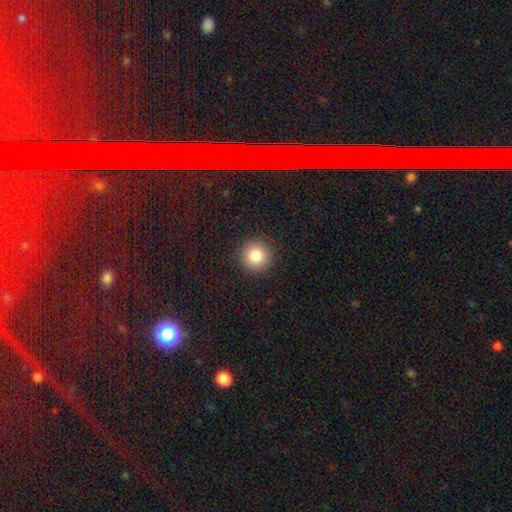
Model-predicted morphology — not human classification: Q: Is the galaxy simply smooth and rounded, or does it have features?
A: smooth — 83%.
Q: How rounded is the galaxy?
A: round — 95%.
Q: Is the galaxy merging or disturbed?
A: none — 91%.